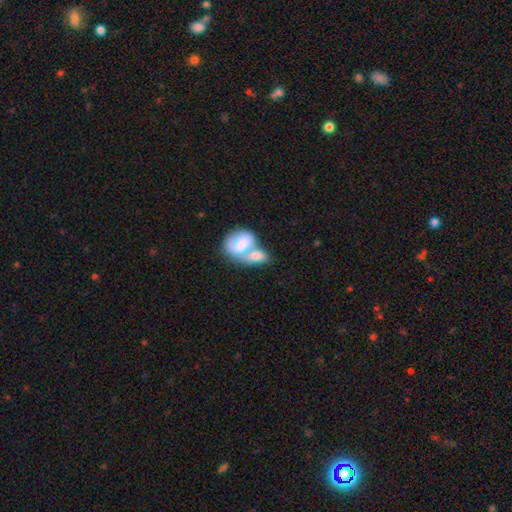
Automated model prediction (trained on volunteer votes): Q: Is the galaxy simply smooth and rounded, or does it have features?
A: smooth — 68%.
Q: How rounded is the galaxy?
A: in between — 69%.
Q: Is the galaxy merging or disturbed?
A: merger — 76%.